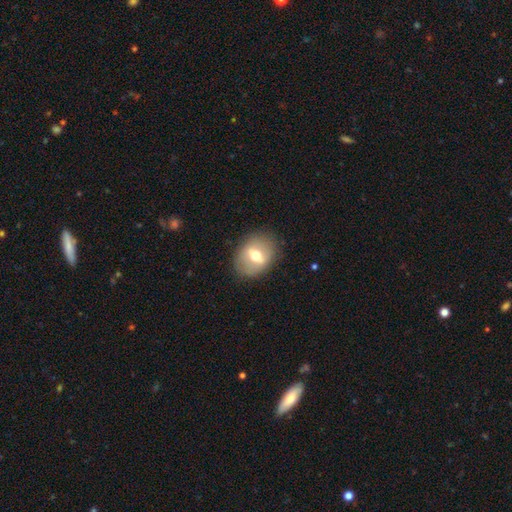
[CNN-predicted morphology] smooth_or_featured: smooth (p=0.47) [alt: featured or disk p=0.44]
merging: none (p=0.83) [alt: minor disturbance p=0.12]